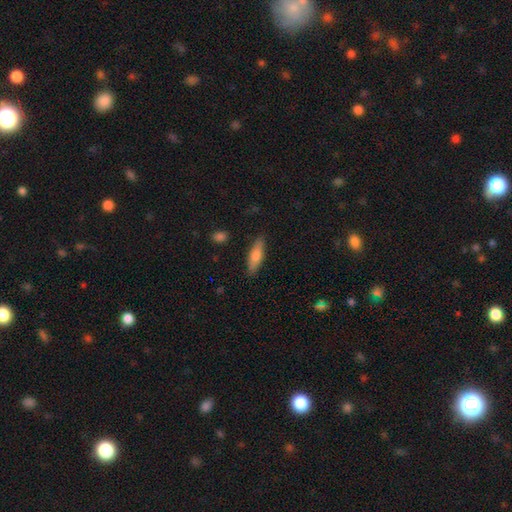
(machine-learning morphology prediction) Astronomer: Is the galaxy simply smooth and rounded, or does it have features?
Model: smooth — 74%.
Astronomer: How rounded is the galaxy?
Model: cigar-shaped — 56% (runner-up: in between, 42%).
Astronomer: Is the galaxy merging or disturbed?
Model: none — 85%.